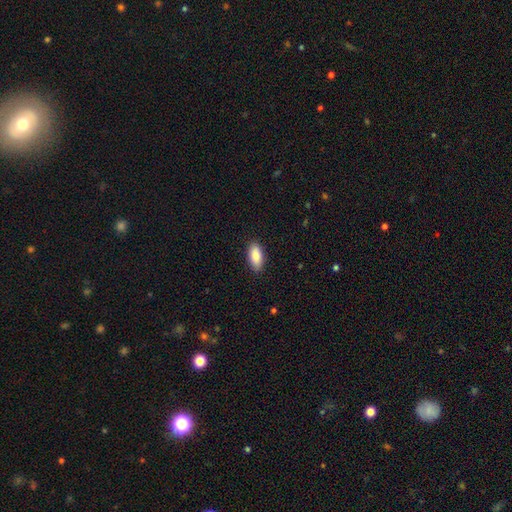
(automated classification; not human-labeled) Q: Smooth or featured?
A: smooth (87%); runner-up: featured or disk (7%)
Q: How rounded?
A: in between (88%); runner-up: cigar-shaped (10%)
Q: Merging?
A: none (88%); runner-up: minor disturbance (9%)